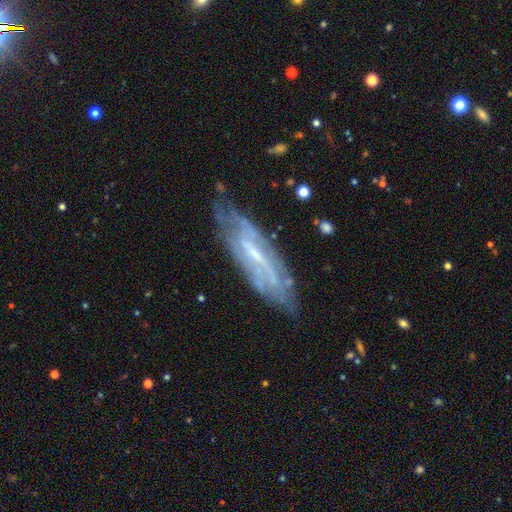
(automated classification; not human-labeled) Smooth or featured: featured or disk — 76% (smooth — 16%)
Edge-on disk: no — 70% (yes — 30%)
Bar: weak — 43% (no — 30%)
Spiral arms: yes — 76% (no — 24%)
Bulge size: small — 60% (moderate — 22%)
Merging: none — 69% (minor disturbance — 21%)